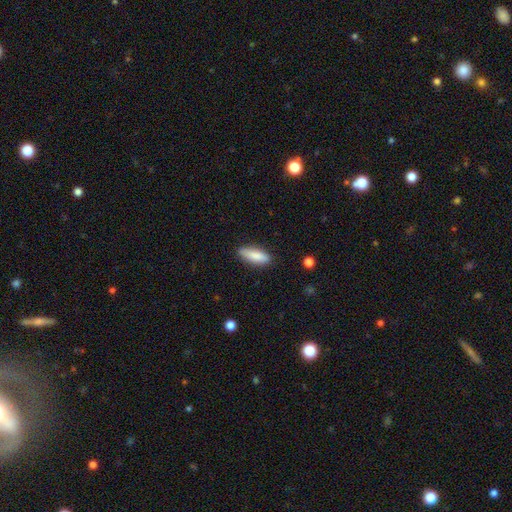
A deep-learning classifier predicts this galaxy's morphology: Smooth or featured?
  - smooth: 83% *
  - featured or disk: 11%
  - star or artifact: 6%
How rounded?
  - in between: 58% *
  - cigar-shaped: 40%
  - round: 2%
Merging?
  - none: 84% *
  - minor disturbance: 12%
  - major disturbance: 2%
  - merger: 1%